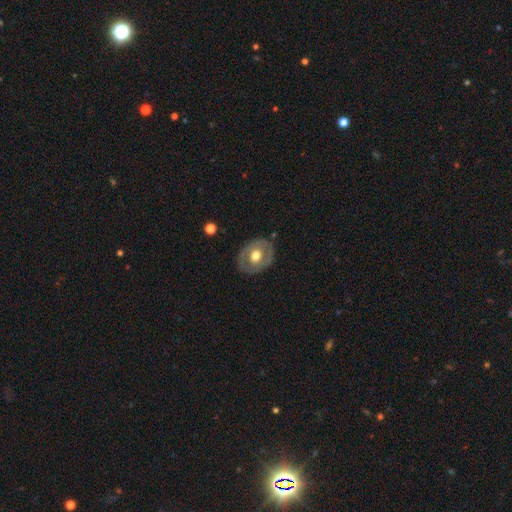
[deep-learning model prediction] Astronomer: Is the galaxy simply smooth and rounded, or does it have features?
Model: featured or disk — 52% (runner-up: smooth, 42%).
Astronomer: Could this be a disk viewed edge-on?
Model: no — 92%.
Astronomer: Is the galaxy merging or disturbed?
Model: none — 81%.